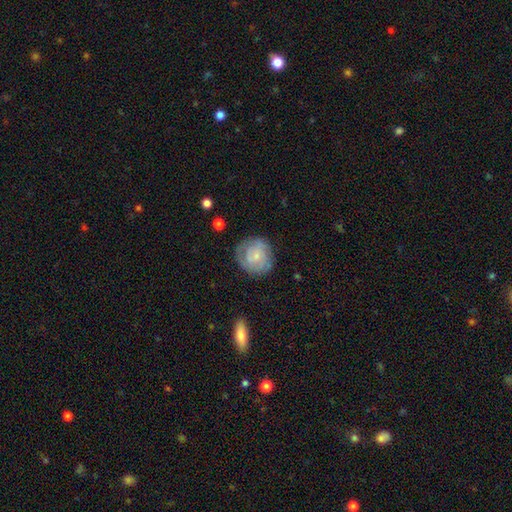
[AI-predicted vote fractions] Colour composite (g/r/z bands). It shows a smooth galaxy with no disk features (47%). Merging: none (71%).